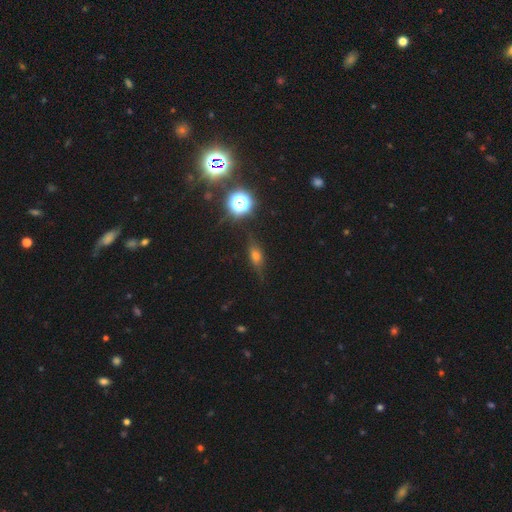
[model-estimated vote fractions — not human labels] smooth_or_featured: smooth (p=0.44) [alt: featured or disk p=0.33]
merging: none (p=0.76) [alt: minor disturbance p=0.16]